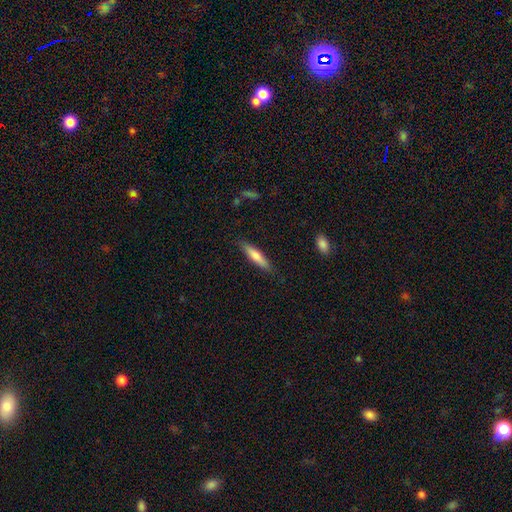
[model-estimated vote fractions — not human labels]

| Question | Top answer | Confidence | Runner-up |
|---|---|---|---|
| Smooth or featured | smooth | 69% | featured or disk (26%) |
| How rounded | cigar-shaped | 84% | in between (15%) |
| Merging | none | 87% | minor disturbance (10%) |